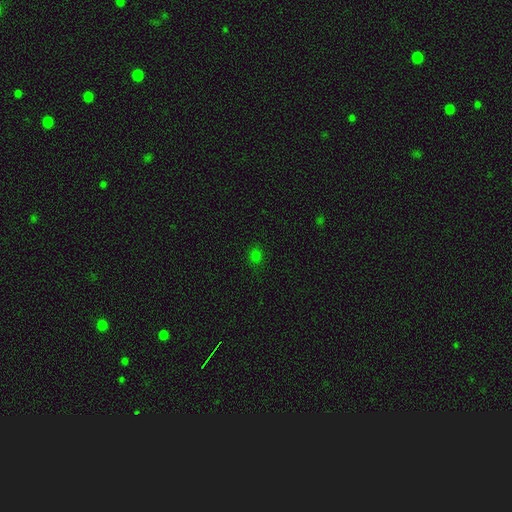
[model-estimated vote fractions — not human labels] smooth-or-featured: smooth: 75% | star or artifact: 21% | featured or disk: 4%
  how-rounded: round: 75% | in between: 24% | cigar-shaped: 1%
  merging: none: 87% | minor disturbance: 9% | major disturbance: 3% | merger: 1%